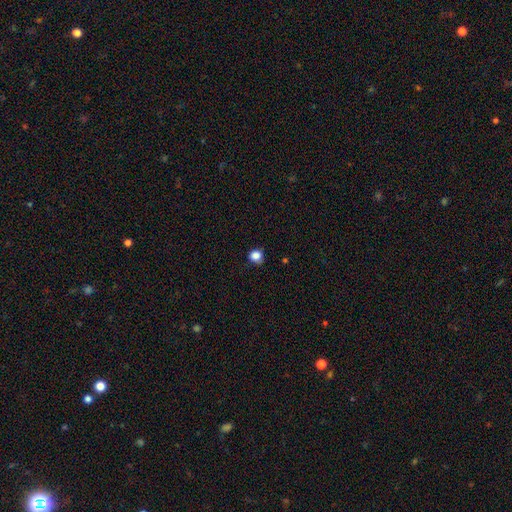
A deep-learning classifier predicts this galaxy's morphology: This is clearly a smooth galaxy (85%). How rounded: likely round (79%). Merging: likely none (77%).